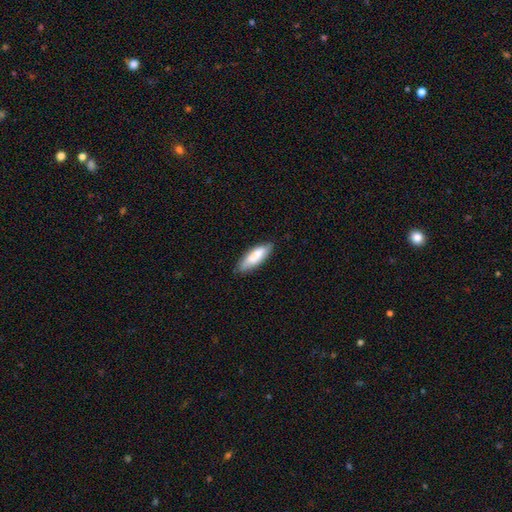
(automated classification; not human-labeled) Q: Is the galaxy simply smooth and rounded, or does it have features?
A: smooth — 79%.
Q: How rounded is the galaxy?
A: in between — 54%.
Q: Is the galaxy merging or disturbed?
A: none — 79%.